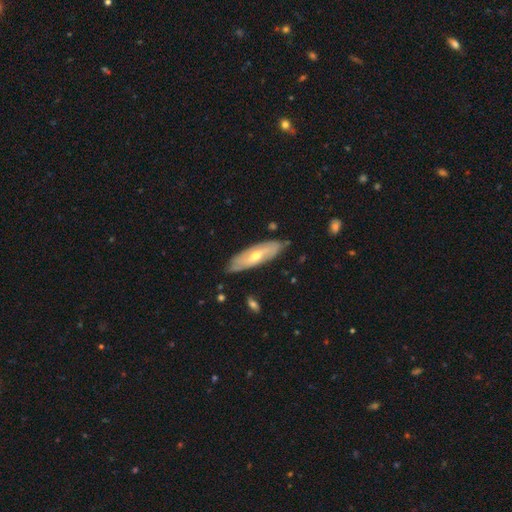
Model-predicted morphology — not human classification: smooth_or_featured: featured or disk (p=0.63) [alt: smooth p=0.31]
disk_edge_on: no (p=0.69) [alt: yes p=0.31]
merging: none (p=0.80) [alt: minor disturbance p=0.15]